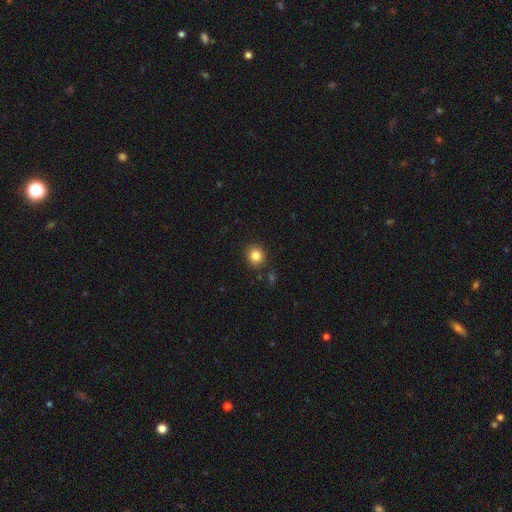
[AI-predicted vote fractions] smooth 84%, star or artifact 11%, featured or disk 5%. Down the decision tree: how rounded — round (86%); merging — none (88%).